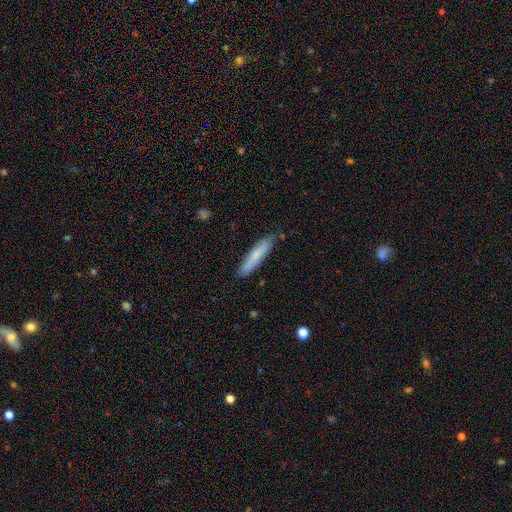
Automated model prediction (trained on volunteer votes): smooth-or-featured: smooth: 71% | featured or disk: 23% | star or artifact: 6%
  how-rounded: cigar-shaped: 88% | in between: 11% | round: 1%
  merging: none: 83% | minor disturbance: 13% | major disturbance: 2% | merger: 2%